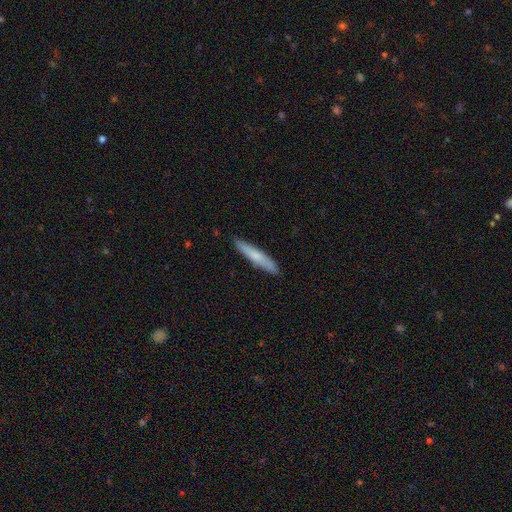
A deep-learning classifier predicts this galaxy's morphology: smooth_or_featured: smooth (p=0.68) [alt: featured or disk p=0.26]
how_rounded: cigar-shaped (p=0.93) [alt: in between p=0.06]
merging: none (p=0.89) [alt: minor disturbance p=0.08]